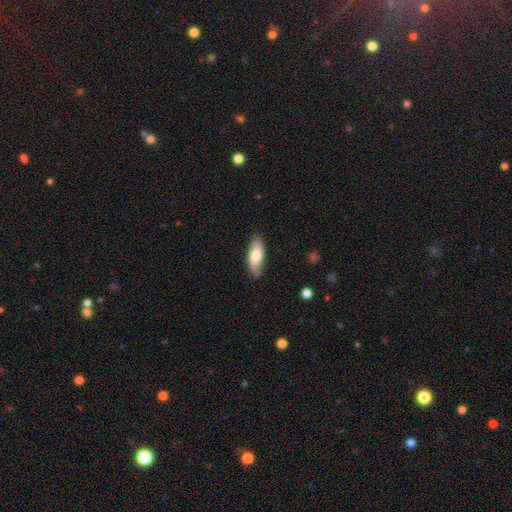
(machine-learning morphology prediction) The model was most divided on "how rounded": in between: 73%, cigar-shaped: 25%, round: 2%. More confident: merging — none (84%); smooth or featured — smooth (74%).